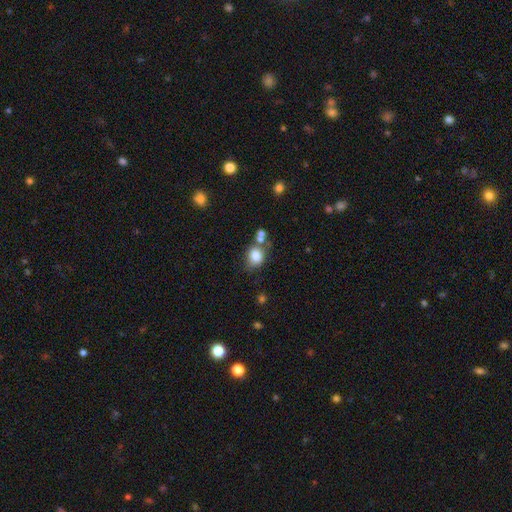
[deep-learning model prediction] The model was most divided on "how rounded": in between: 51%, round: 48%, cigar-shaped: 1%. More confident: smooth or featured — smooth (81%); merging — none (57%).